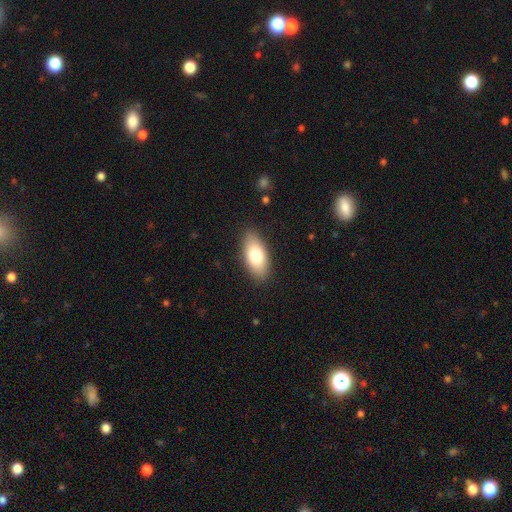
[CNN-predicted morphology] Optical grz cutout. It shows a smooth galaxy with no disk features (78%) that is in between round and cigar-shaped (87%). Merging: none (87%).